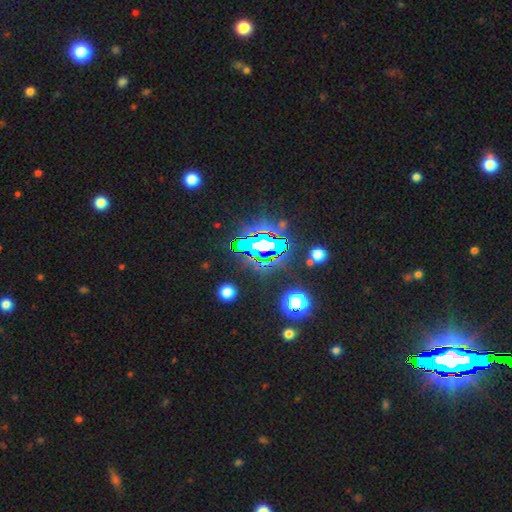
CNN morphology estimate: smooth-or-featured: star or artifact: 74% | smooth: 14% | featured or disk: 12%